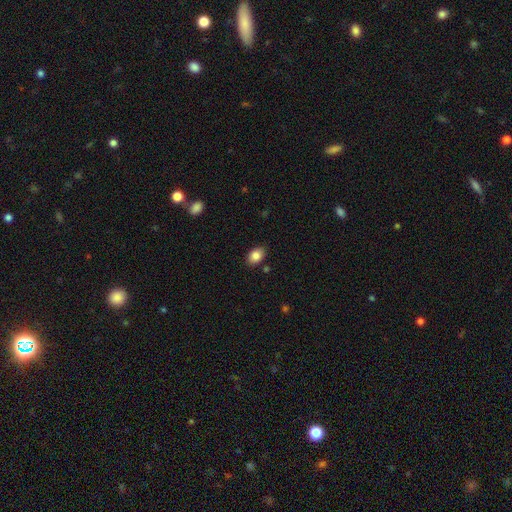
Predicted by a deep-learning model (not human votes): A smooth galaxy with no disk features (85%) that is in between round and cigar-shaped (82%).

Vote fractions:
- Smooth or featured? smooth: 85% / star or artifact: 8% / featured or disk: 7%
- How rounded? in between: 82% / round: 16% / cigar-shaped: 1%
- Merging? none: 85% / minor disturbance: 11% / major disturbance: 2% / merger: 2%